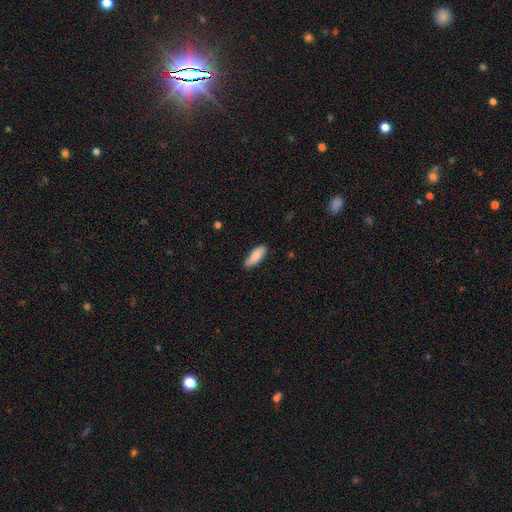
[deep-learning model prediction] A smooth galaxy with no disk features (85%) that is in between round and cigar-shaped (67%). Merging: none (85%).